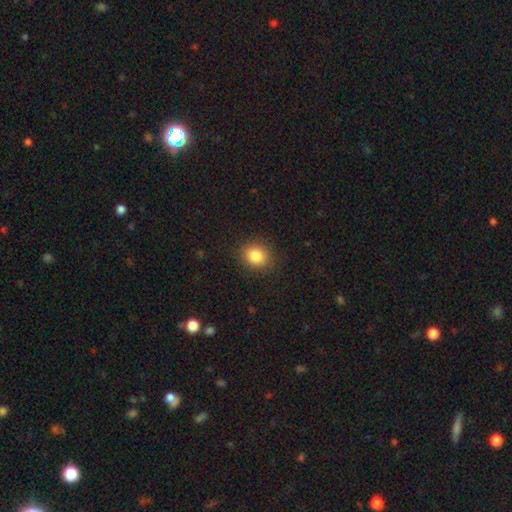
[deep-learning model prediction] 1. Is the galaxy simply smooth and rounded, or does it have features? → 85% smooth, 10% star or artifact, 5% featured or disk.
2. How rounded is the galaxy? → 64% round, 35% in between, 1% cigar-shaped.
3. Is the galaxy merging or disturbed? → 88% none, 8% minor disturbance, 3% major disturbance, 1% merger.